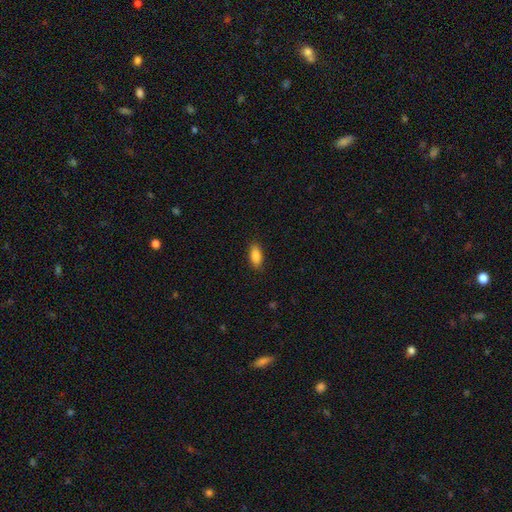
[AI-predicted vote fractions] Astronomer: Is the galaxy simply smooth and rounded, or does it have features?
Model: smooth — 87%.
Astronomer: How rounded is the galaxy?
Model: in between — 87%.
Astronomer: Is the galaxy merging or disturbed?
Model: none — 87%.